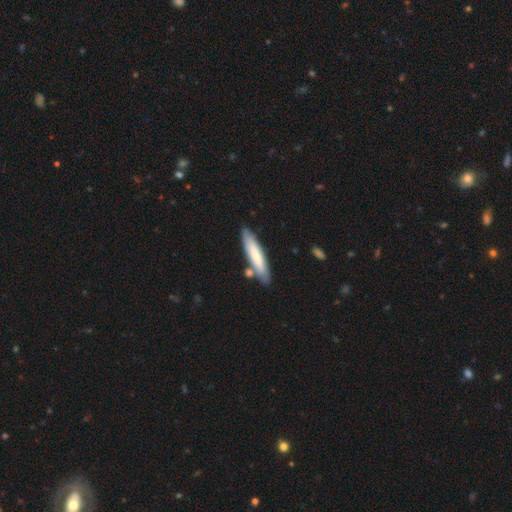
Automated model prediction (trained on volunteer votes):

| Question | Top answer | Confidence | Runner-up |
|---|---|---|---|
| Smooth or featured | smooth | 69% | featured or disk (25%) |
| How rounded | cigar-shaped | 84% | in between (15%) |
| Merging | none | 77% | minor disturbance (13%) |